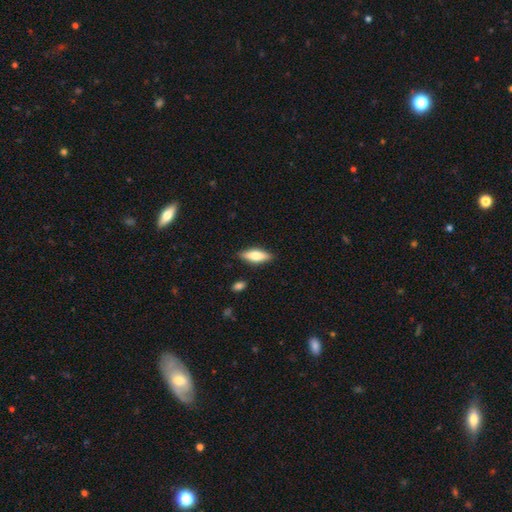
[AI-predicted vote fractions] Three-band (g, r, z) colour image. It shows a smooth galaxy with no disk features (69%) that is in between round and cigar-shaped (62%). Merging: none (86%).